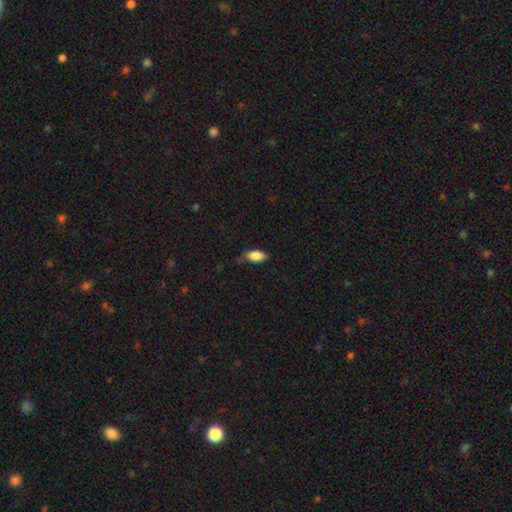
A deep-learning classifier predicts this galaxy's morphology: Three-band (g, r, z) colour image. It shows a smooth galaxy with no disk features (85%) that is in between round and cigar-shaped (90%). Merging: none (61%).